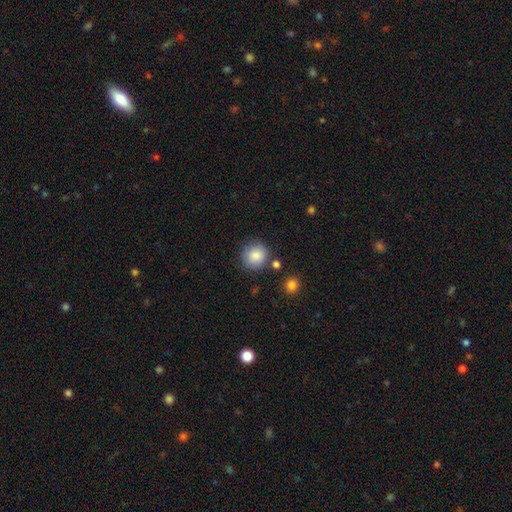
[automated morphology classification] A smooth galaxy with no disk features (86%) that is round (90%). Merging: none (82%).